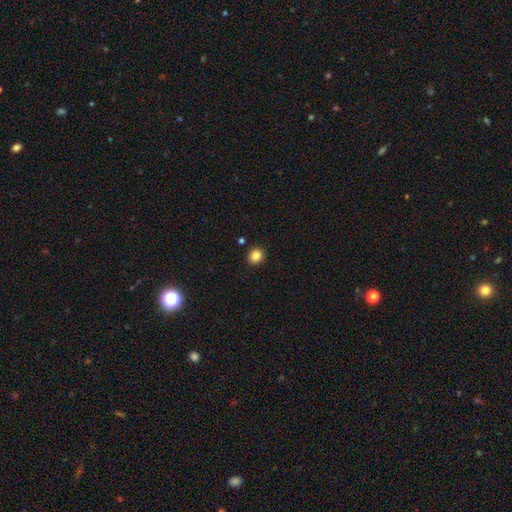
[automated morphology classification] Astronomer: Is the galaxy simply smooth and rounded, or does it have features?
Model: smooth — 84%.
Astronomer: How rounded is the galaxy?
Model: round — 84%.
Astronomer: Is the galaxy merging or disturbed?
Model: none — 91%.